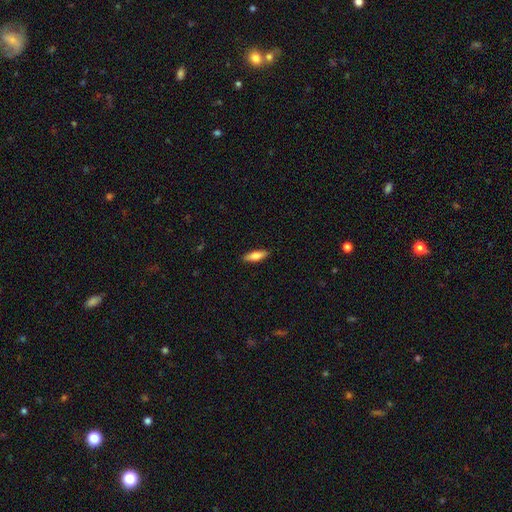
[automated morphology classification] smooth_or_featured: smooth (p=0.76) [alt: featured or disk p=0.18]
how_rounded: cigar-shaped (p=0.51) [alt: in between p=0.47]
merging: none (p=0.89) [alt: minor disturbance p=0.08]